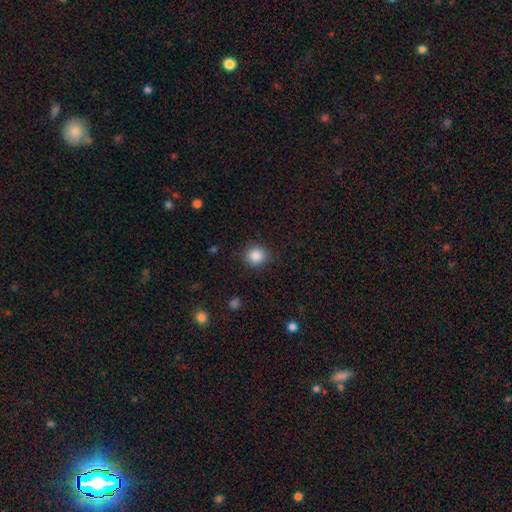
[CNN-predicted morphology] smooth-or-featured: smooth: 86% | star or artifact: 10% | featured or disk: 4%
  how-rounded: round: 89% | in between: 10% | cigar-shaped: 1%
  merging: none: 88% | minor disturbance: 8% | major disturbance: 3% | merger: 1%